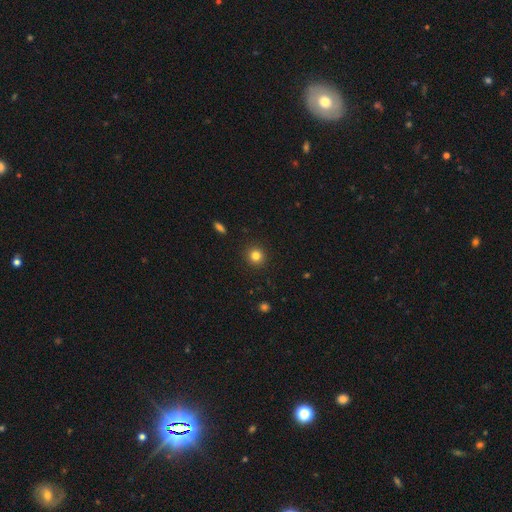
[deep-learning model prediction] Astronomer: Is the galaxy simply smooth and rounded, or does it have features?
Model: smooth — 82%.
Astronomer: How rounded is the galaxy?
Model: round — 93%.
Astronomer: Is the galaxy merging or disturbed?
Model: none — 92%.